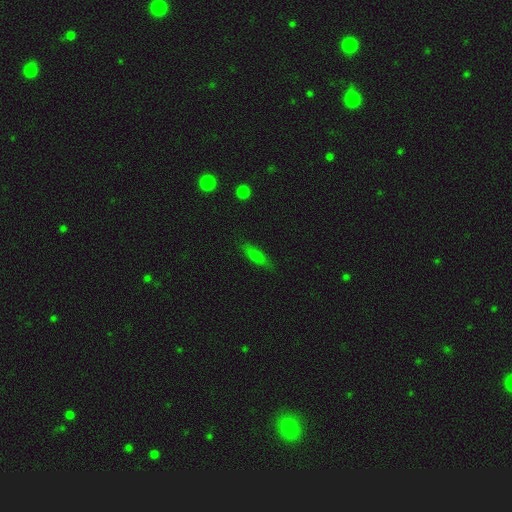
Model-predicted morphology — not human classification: smooth_or_featured: smooth (p=0.74) [alt: featured or disk p=0.15]
how_rounded: cigar-shaped (p=0.52) [alt: in between p=0.45]
merging: none (p=0.81) [alt: minor disturbance p=0.14]